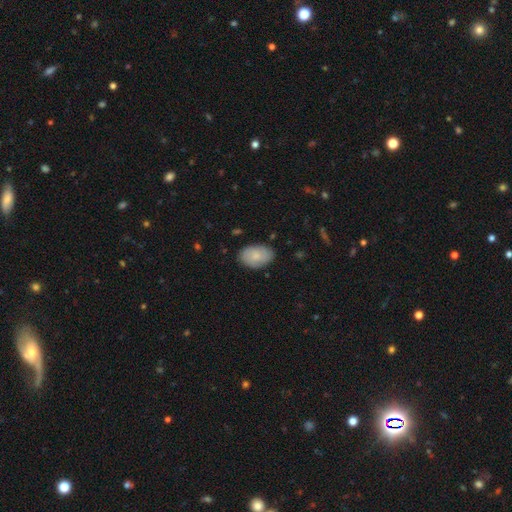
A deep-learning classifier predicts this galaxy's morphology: This is likely a smooth galaxy (79%). How rounded: clearly in between (89%). Merging: clearly none (82%).